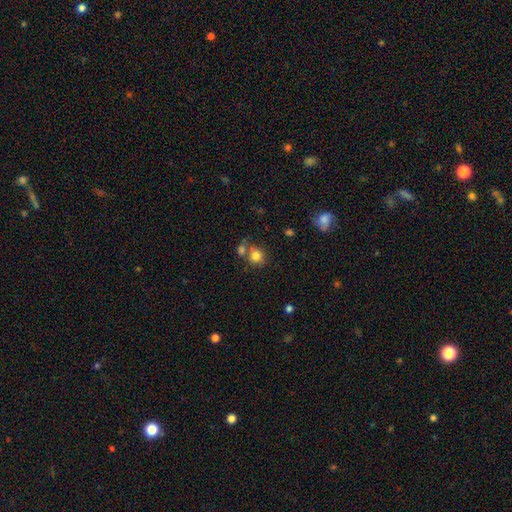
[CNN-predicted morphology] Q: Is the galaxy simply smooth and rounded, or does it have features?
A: smooth — 81%.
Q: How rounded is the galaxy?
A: round — 81%.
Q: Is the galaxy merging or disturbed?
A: none — 55%.